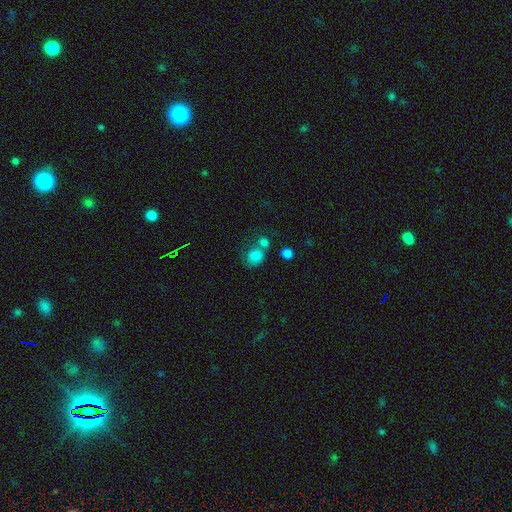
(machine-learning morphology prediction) smooth 79%, star or artifact 12%, featured or disk 9%. Down the decision tree: how rounded — round (67%); merging — none (44%).